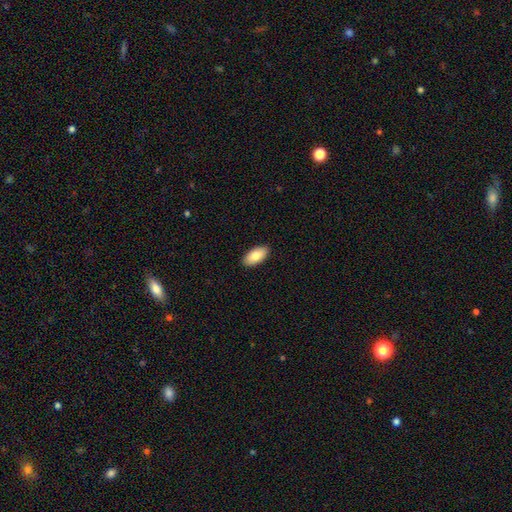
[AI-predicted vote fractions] The model was most divided on "smooth or featured": smooth: 84%, featured or disk: 10%, star or artifact: 6%. More confident: how rounded — in between (94%); merging — none (90%).